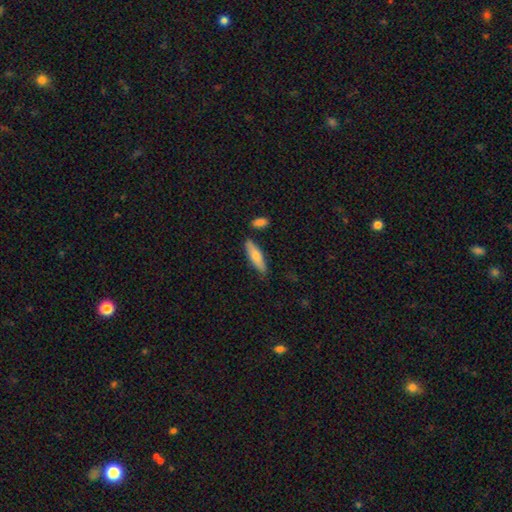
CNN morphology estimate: A smooth galaxy with no disk features (69%) that is cigar-shaped (61%).

Vote fractions:
- Smooth or featured? smooth: 69% / featured or disk: 25% / star or artifact: 5%
- How rounded? cigar-shaped: 61% / in between: 37% / round: 2%
- Merging? none: 79% / minor disturbance: 14% / merger: 5% / major disturbance: 3%